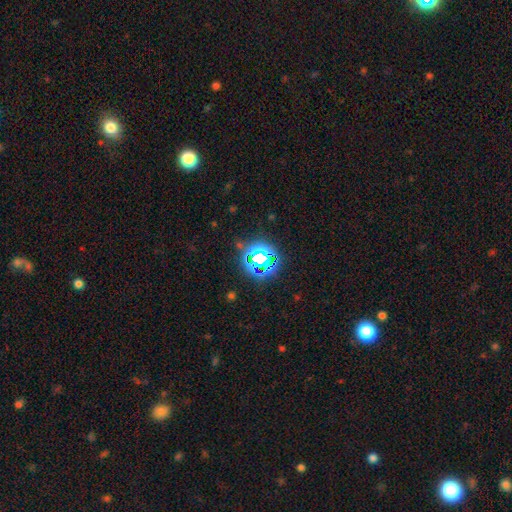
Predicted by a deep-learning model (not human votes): star or artifact 75%, smooth 16%, featured or disk 8%.